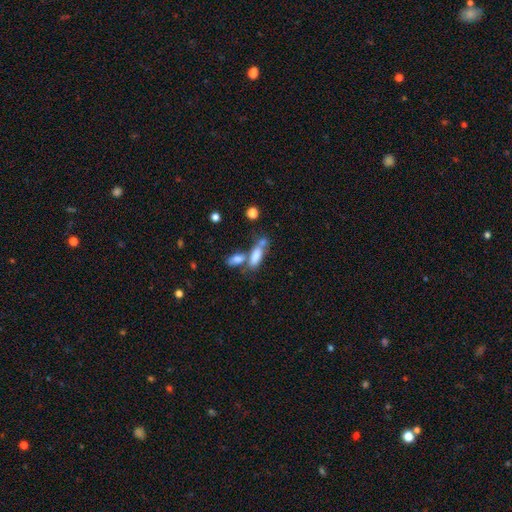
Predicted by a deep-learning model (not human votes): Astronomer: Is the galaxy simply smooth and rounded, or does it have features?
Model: smooth — 75%.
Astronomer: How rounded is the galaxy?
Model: in between — 68%.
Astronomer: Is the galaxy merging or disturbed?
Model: merger — 43% (runner-up: none, 35%).